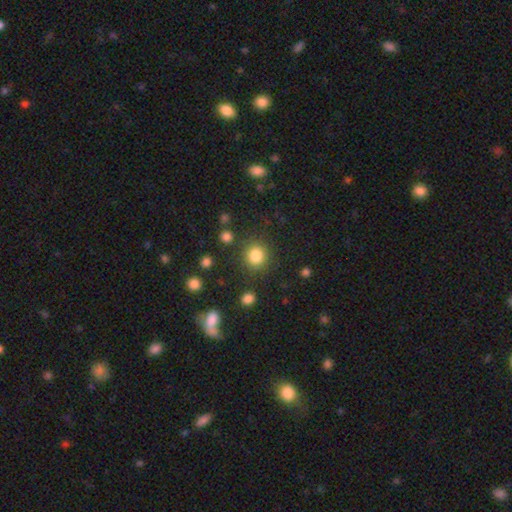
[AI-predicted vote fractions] smooth-or-featured: smooth: 83% | star or artifact: 11% | featured or disk: 5%
  how-rounded: round: 88% | in between: 11% | cigar-shaped: 1%
  merging: none: 84% | minor disturbance: 9% | major disturbance: 4% | merger: 3%